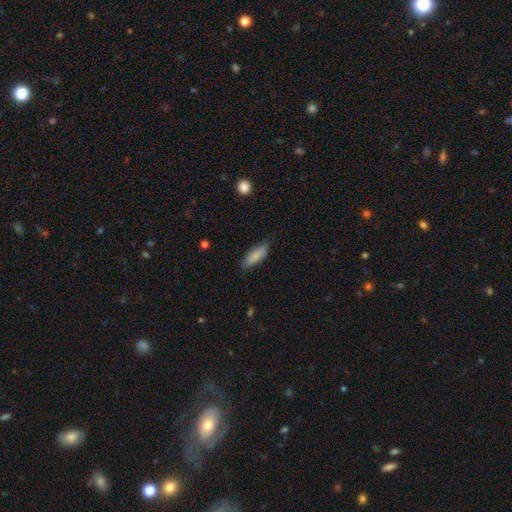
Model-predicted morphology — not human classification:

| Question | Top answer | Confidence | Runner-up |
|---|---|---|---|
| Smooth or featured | smooth | 83% | featured or disk (10%) |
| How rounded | in between | 65% | cigar-shaped (34%) |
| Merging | none | 79% | minor disturbance (17%) |